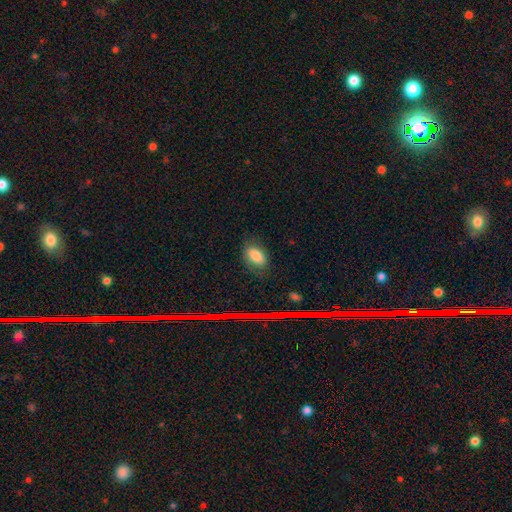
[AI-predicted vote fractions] Overall: smooth (82%). How rounded: in between (90%). Merging: none (73%).